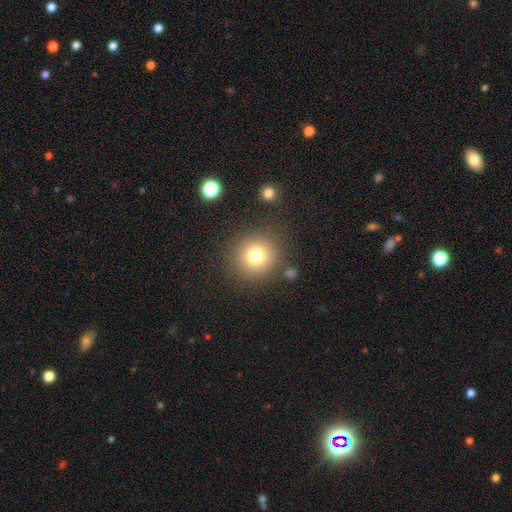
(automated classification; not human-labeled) Morphology: type=smooth (76%); roundness=round (92%); merging=none (85%).